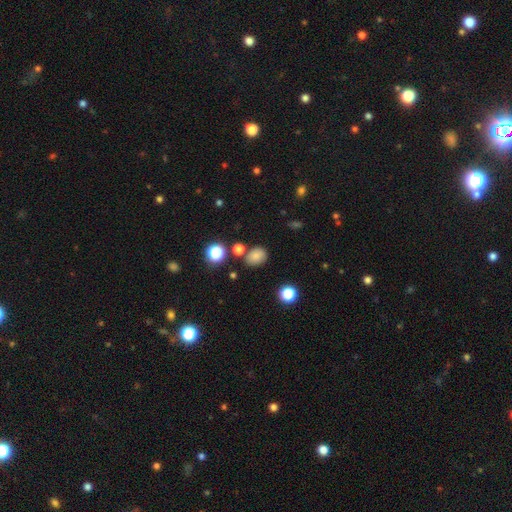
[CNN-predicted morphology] smooth 78%, star or artifact 15%, featured or disk 7%. Down the decision tree: how rounded — in between (53%); merging — none (75%).